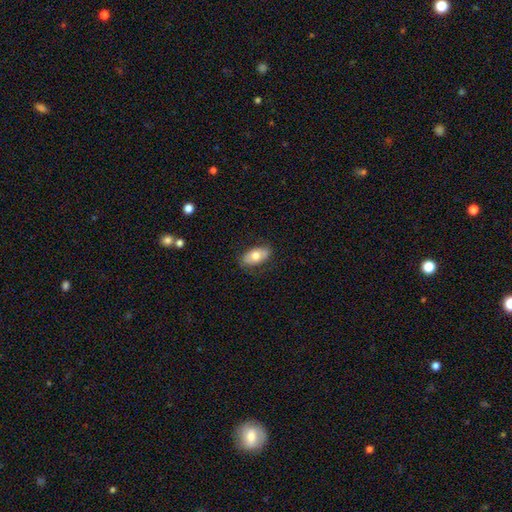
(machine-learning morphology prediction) smooth-or-featured: smooth: 71% | featured or disk: 22% | star or artifact: 6%
  how-rounded: in between: 92% | round: 5% | cigar-shaped: 3%
  merging: none: 82% | minor disturbance: 14% | major disturbance: 3% | merger: 1%